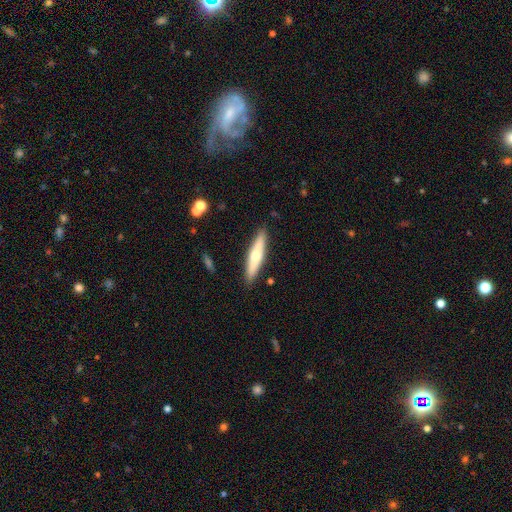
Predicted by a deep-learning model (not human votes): This is possibly a smooth galaxy (52%). How rounded: clearly cigar-shaped (84%). Merging: clearly none (89%).